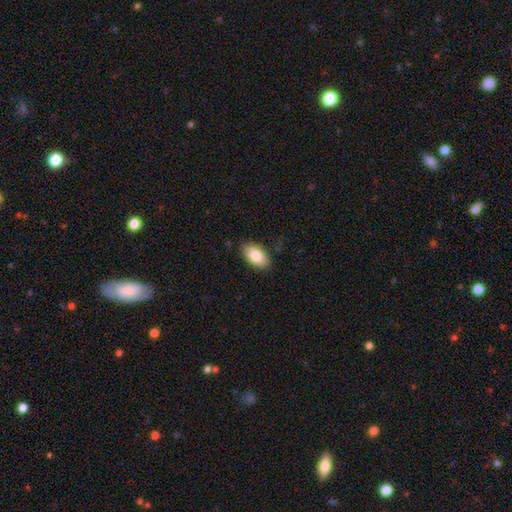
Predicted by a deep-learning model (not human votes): This appears to be a smooth galaxy with no disk features (82%) that is in between round and cigar-shaped (93%). Merging: none (85%).